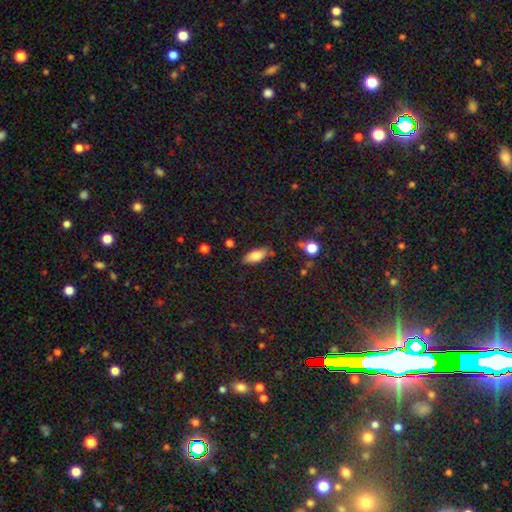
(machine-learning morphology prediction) smooth-or-featured: smooth: 78% | featured or disk: 14% | star or artifact: 8%
  how-rounded: in between: 80% | cigar-shaped: 17% | round: 3%
  merging: none: 79% | minor disturbance: 15% | major disturbance: 4% | merger: 3%